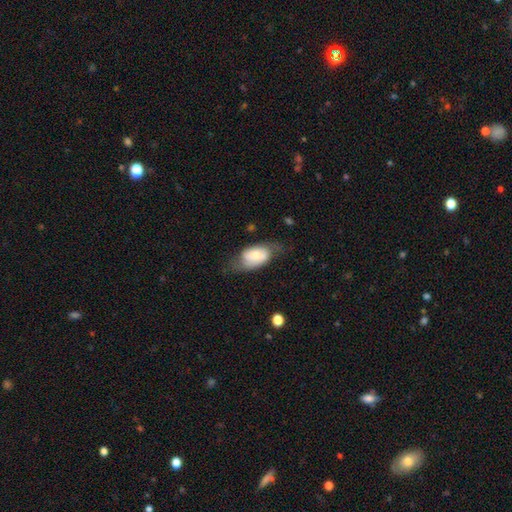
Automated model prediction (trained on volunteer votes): smooth 56%, featured or disk 38%, star or artifact 7%. Down the decision tree: how rounded — in between (91%); merging — none (51%).